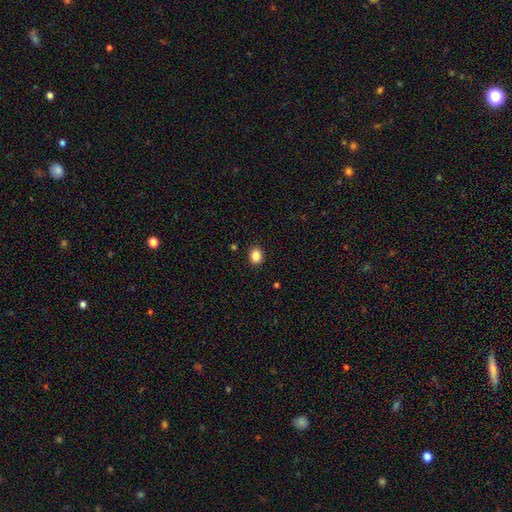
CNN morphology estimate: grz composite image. It shows a smooth galaxy with no disk features (86%) that is round (58%). Merging: none (90%).